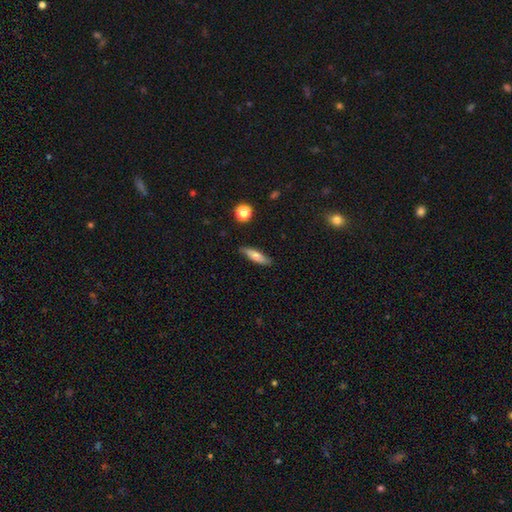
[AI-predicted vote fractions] A smooth galaxy with no disk features (64%) that is cigar-shaped (62%).

Vote fractions:
- Smooth or featured? smooth: 64% / featured or disk: 29% / star or artifact: 7%
- How rounded? cigar-shaped: 62% / in between: 35% / round: 3%
- Merging? none: 83% / minor disturbance: 13% / major disturbance: 2% / merger: 1%